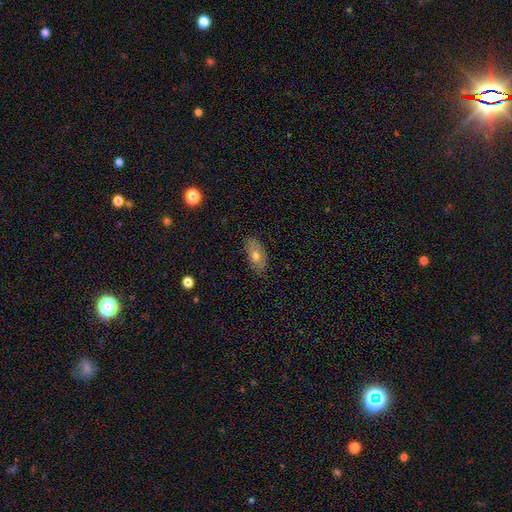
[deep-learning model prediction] smooth_or_featured: smooth (p=0.63) [alt: featured or disk p=0.29]
how_rounded: in between (p=0.90) [alt: round p=0.05]
merging: none (p=0.80) [alt: minor disturbance p=0.15]